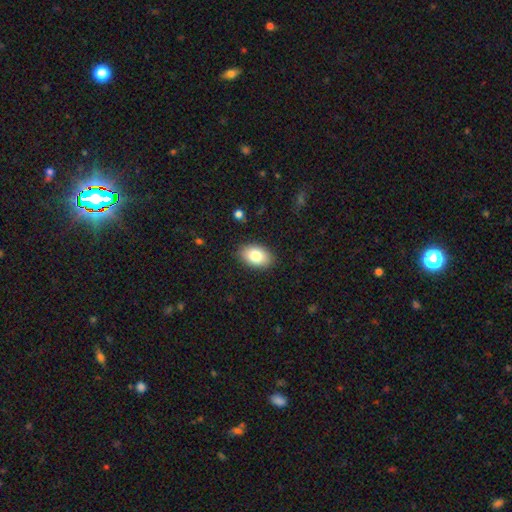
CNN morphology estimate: Smooth or featured? Predicted: smooth (p=0.82). How rounded? Predicted: in between (p=0.89). Merging? Predicted: none (p=0.88).